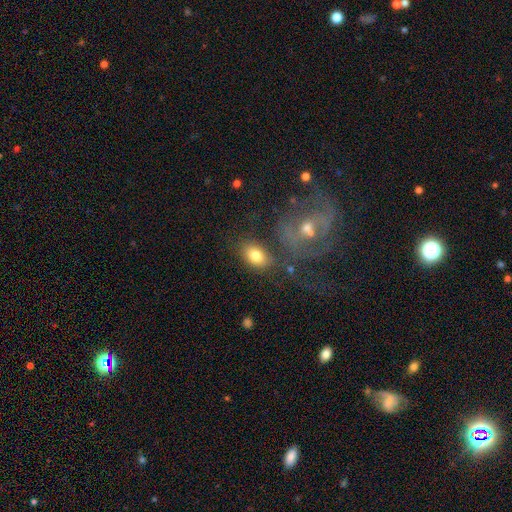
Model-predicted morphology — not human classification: smooth 79%, featured or disk 12%, star or artifact 9%. Down the decision tree: how rounded — in between (84%); merging — none (70%).